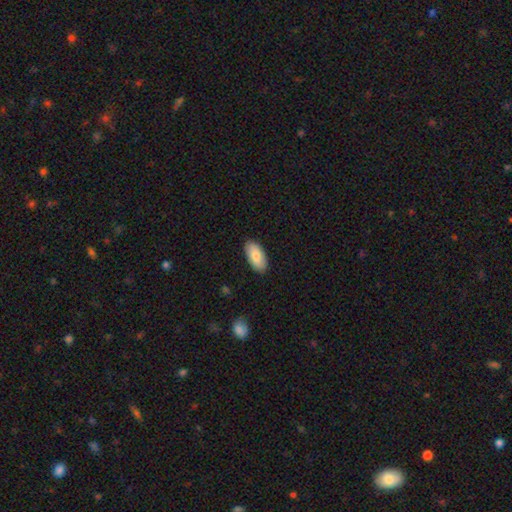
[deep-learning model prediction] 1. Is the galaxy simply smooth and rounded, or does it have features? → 83% smooth, 11% featured or disk, 6% star or artifact.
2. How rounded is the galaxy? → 94% in between, 4% cigar-shaped, 2% round.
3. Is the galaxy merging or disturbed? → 89% none, 8% minor disturbance, 2% major disturbance, 1% merger.